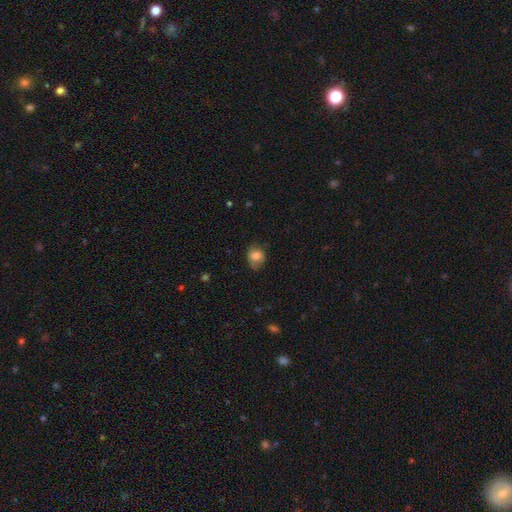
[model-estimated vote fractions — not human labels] This appears to be a smooth galaxy with no disk features (76%) that is round (61%). Merging: none (62%).